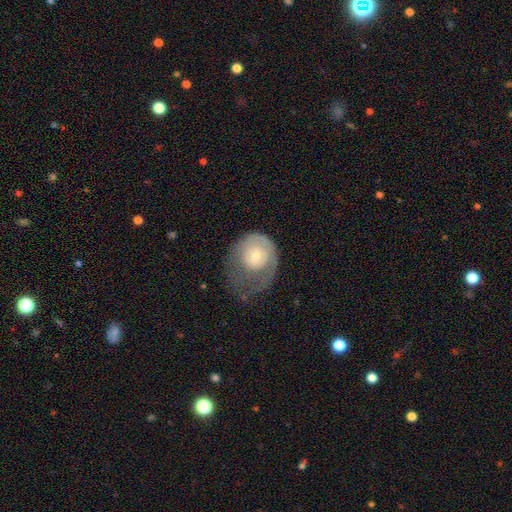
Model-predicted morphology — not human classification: A featured or disk galaxy (52%). Merging: major disturbance (50%).